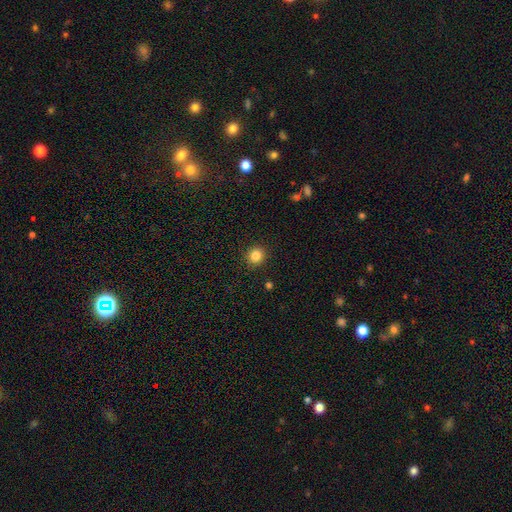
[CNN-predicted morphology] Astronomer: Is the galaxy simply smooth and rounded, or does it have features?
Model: smooth — 84%.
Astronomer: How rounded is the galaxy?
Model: round — 90%.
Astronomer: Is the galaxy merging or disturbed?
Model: none — 92%.